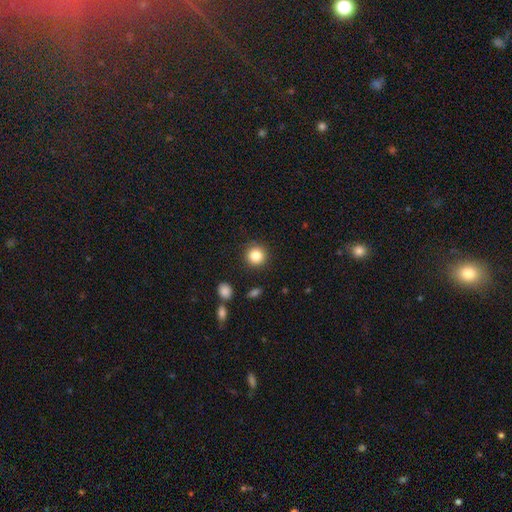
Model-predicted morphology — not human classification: A smooth galaxy with no disk features (85%) that is round (92%).

Vote fractions:
- Smooth or featured? smooth: 85% / star or artifact: 10% / featured or disk: 5%
- How rounded? round: 92% / in between: 7% / cigar-shaped: 1%
- Merging? none: 89% / minor disturbance: 7% / major disturbance: 2% / merger: 2%